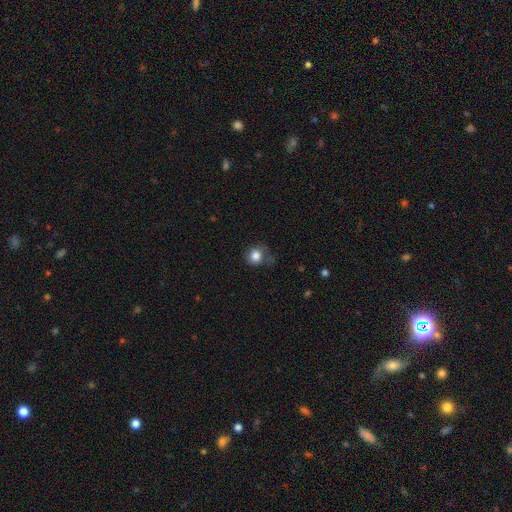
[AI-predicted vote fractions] smooth-or-featured: smooth: 83% | star or artifact: 10% | featured or disk: 7%
  how-rounded: round: 80% | in between: 20% | cigar-shaped: 1%
  merging: none: 59% | minor disturbance: 27% | major disturbance: 12% | merger: 2%